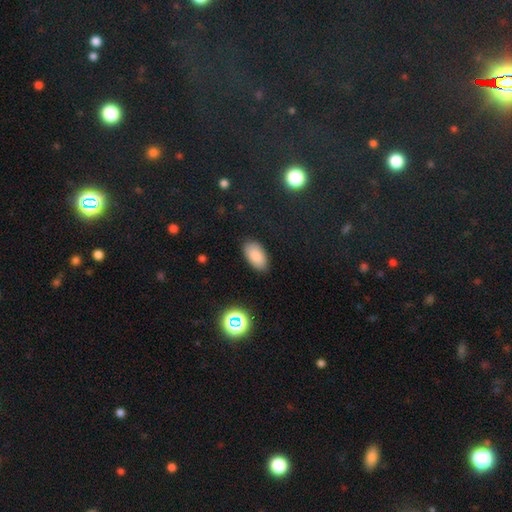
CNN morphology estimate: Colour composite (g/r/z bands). It shows a smooth galaxy with no disk features (85%) that is in between round and cigar-shaped (94%). Merging: none (84%).